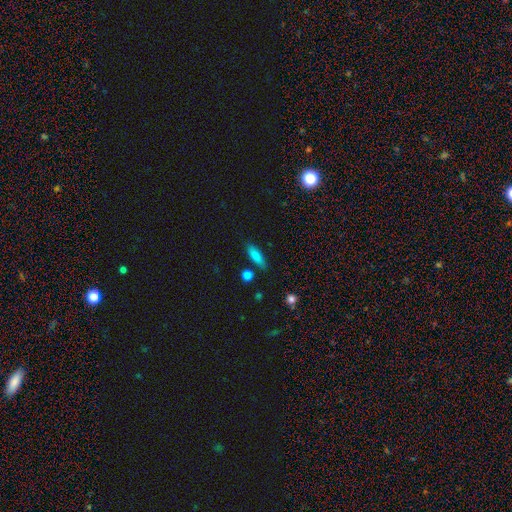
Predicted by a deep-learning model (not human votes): Morphology: type=smooth (80%); roundness=in between (55%); merging=none (80%).